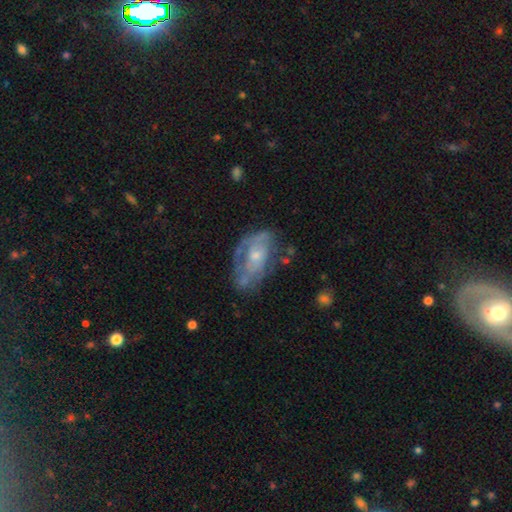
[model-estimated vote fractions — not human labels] This is likely a featured or disk galaxy (67%). It is clearly not viewed edge-on (94%). Bar: likely no (78%). Spiral arm pattern: possibly yes (56%). Central bulge: possibly small (57%). Merging: possibly none (52%).